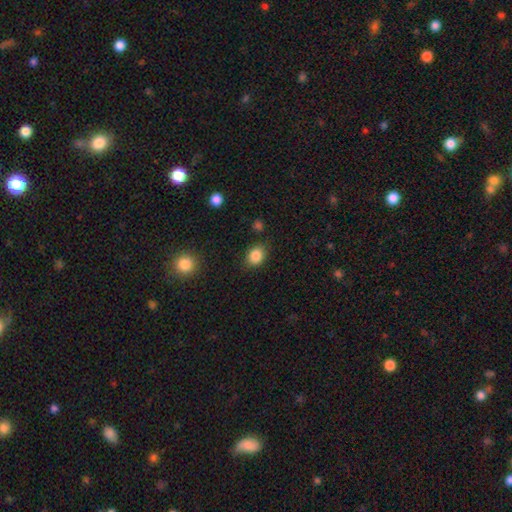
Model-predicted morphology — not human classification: Smooth or featured?
  - smooth: 86% *
  - star or artifact: 10%
  - featured or disk: 5%
How rounded?
  - in between: 55% *
  - round: 44%
  - cigar-shaped: 1%
Merging?
  - none: 82% *
  - minor disturbance: 12%
  - major disturbance: 3%
  - merger: 2%